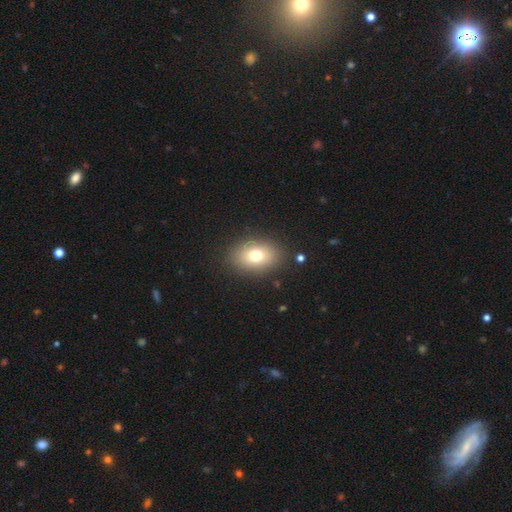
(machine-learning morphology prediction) A smooth galaxy with no disk features (74%) that is in between round and cigar-shaped (76%). Merging: none (87%).